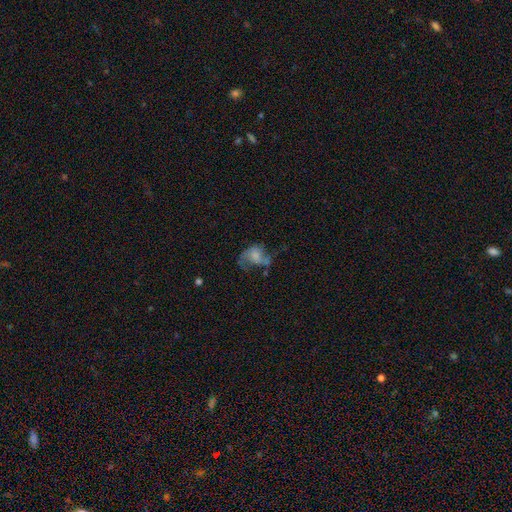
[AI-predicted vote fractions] Smooth or featured?
  - featured or disk: 48% *
  - smooth: 41%
  - star or artifact: 11%
Merging?
  - major disturbance: 36% *
  - none: 32%
  - minor disturbance: 23%
  - merger: 10%